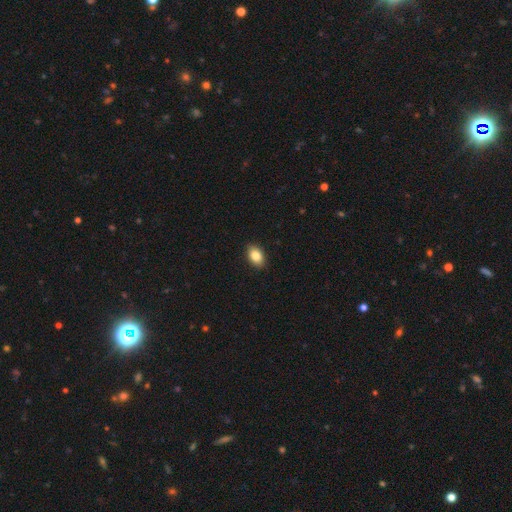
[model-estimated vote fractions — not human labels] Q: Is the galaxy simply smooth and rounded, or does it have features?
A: smooth — 86%.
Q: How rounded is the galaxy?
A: in between — 88%.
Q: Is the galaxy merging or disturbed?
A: none — 90%.